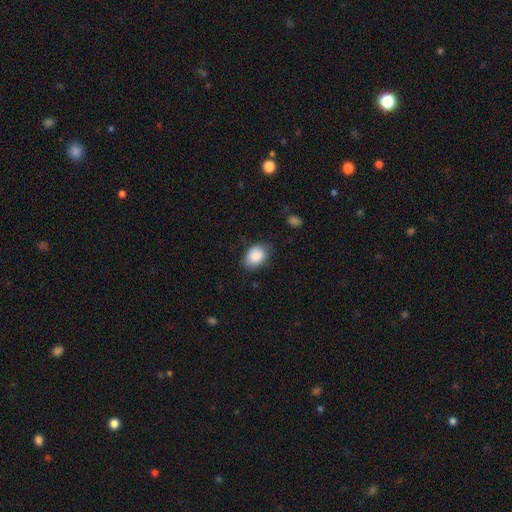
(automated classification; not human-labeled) The model was most divided on "merging": none: 74%, minor disturbance: 21%, major disturbance: 4%, merger: 1%. More confident: smooth or featured — smooth (88%); how rounded — in between (81%).